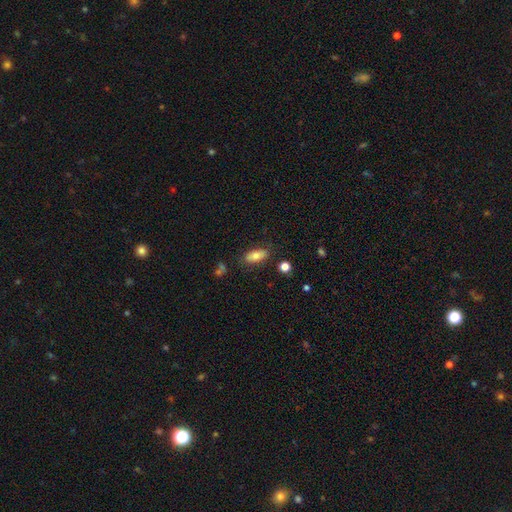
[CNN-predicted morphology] Smooth or featured? smooth (79%)
How rounded? in between (85%)
Merging? none (81%)